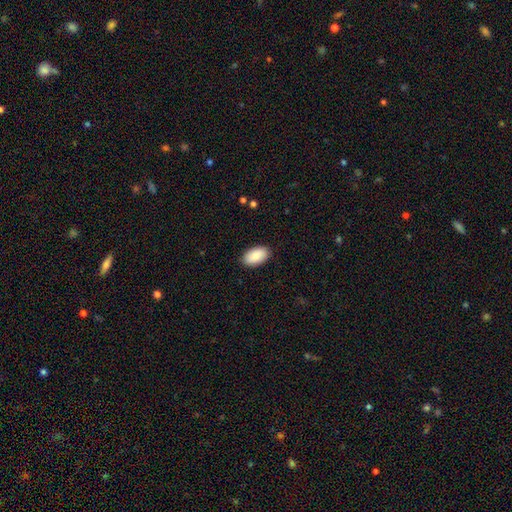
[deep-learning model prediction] smooth_or_featured: smooth (p=0.88) [alt: featured or disk p=0.06]
how_rounded: in between (p=0.95) [alt: round p=0.03]
merging: none (p=0.88) [alt: minor disturbance p=0.09]